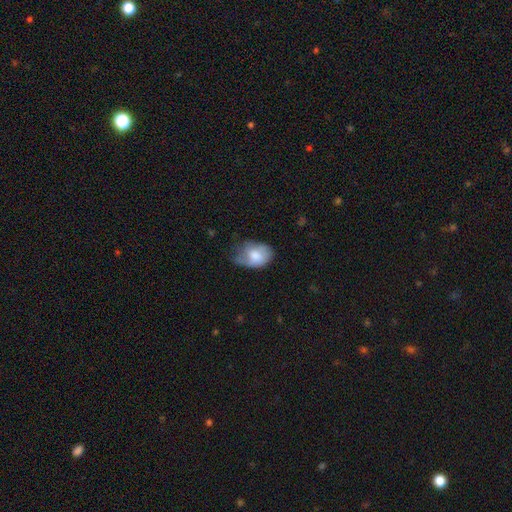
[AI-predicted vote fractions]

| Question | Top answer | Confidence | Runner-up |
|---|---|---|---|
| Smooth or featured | smooth | 69% | featured or disk (25%) |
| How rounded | in between | 78% | round (21%) |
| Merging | minor disturbance | 43% | none (30%) |